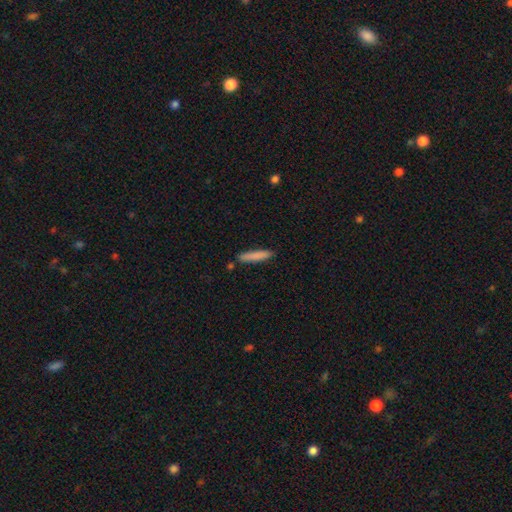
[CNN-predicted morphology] Smooth or featured?
  - smooth: 83% *
  - featured or disk: 11%
  - star or artifact: 6%
How rounded?
  - cigar-shaped: 89% *
  - in between: 9%
  - round: 1%
Merging?
  - none: 84% *
  - minor disturbance: 10%
  - merger: 4%
  - major disturbance: 2%